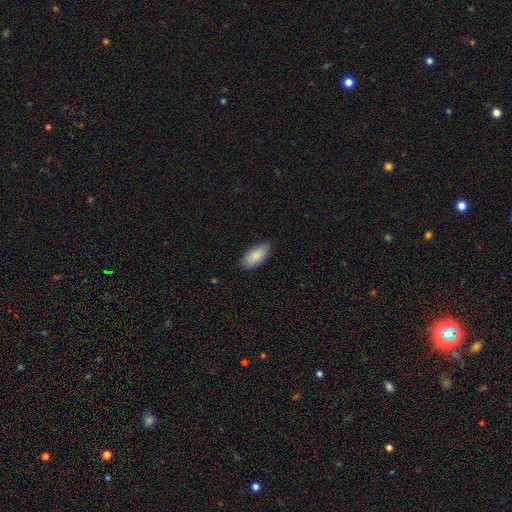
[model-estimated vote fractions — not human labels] Smooth or featured: smooth — 87% (featured or disk — 7%)
How rounded: in between — 92% (cigar-shaped — 6%)
Merging: none — 84% (minor disturbance — 13%)